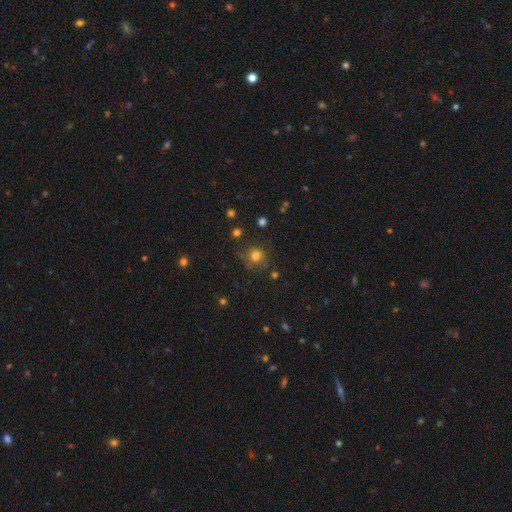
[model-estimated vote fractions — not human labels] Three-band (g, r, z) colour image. It shows a smooth galaxy with no disk features (77%) that is round (90%). Merging: none (75%).